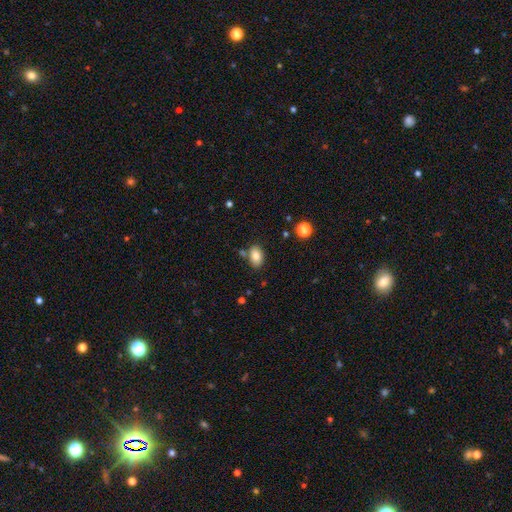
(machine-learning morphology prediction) The model was most divided on "merging": none: 75%, minor disturbance: 13%, merger: 9%, major disturbance: 3%. More confident: how rounded — in between (87%); smooth or featured — smooth (82%).